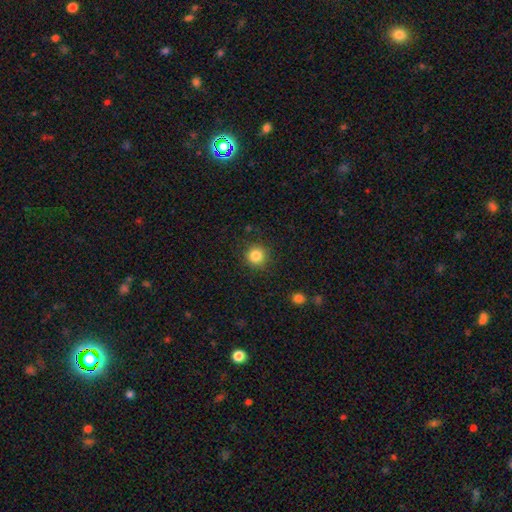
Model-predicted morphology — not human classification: A smooth galaxy with no disk features (84%) that is round (94%).

Vote fractions:
- Smooth or featured? smooth: 84% / star or artifact: 11% / featured or disk: 5%
- How rounded? round: 94% / in between: 5% / cigar-shaped: 1%
- Merging? none: 89% / minor disturbance: 7% / major disturbance: 2% / merger: 1%